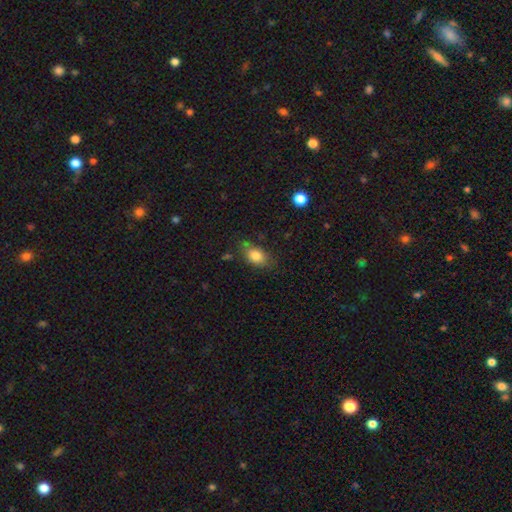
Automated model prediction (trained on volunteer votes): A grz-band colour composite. It shows a smooth galaxy with no disk features (80%) that is in between round and cigar-shaped (80%). Merging: none (69%).